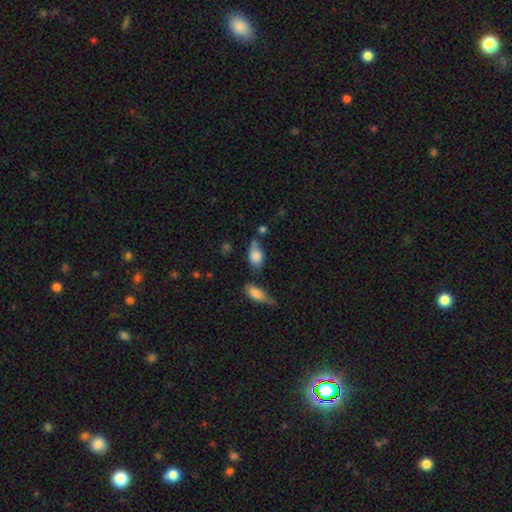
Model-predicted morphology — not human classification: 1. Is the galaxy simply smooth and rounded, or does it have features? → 77% smooth, 15% featured or disk, 8% star or artifact.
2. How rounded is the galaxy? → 83% in between, 11% round, 5% cigar-shaped.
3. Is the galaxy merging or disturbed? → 35% minor disturbance (tied), 35% none (tied), 16% major disturbance, 14% merger.